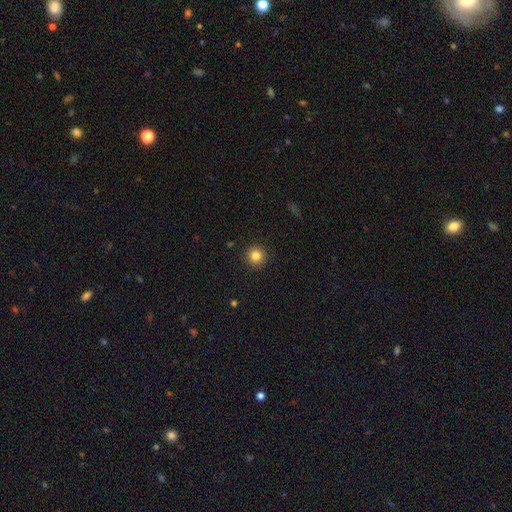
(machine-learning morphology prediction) smooth 84%, star or artifact 11%, featured or disk 5%. Down the decision tree: how rounded — round (95%); merging — none (93%).